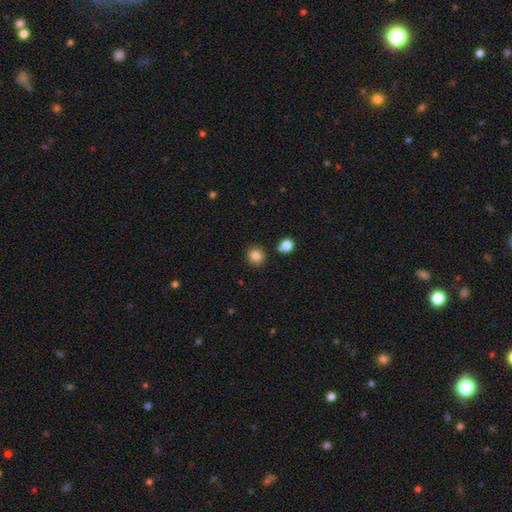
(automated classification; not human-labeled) This appears to be a smooth galaxy with no disk features (84%) that is round (89%). Merging: none (86%).